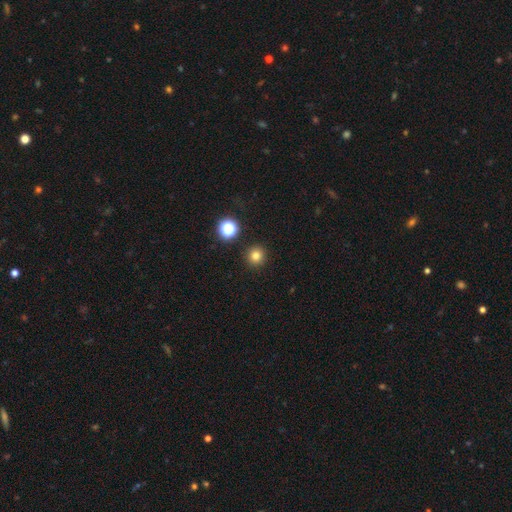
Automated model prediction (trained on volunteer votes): The model was most divided on "smooth or featured": smooth: 79%, star or artifact: 15%, featured or disk: 5%. More confident: how rounded — round (94%); merging — none (91%).